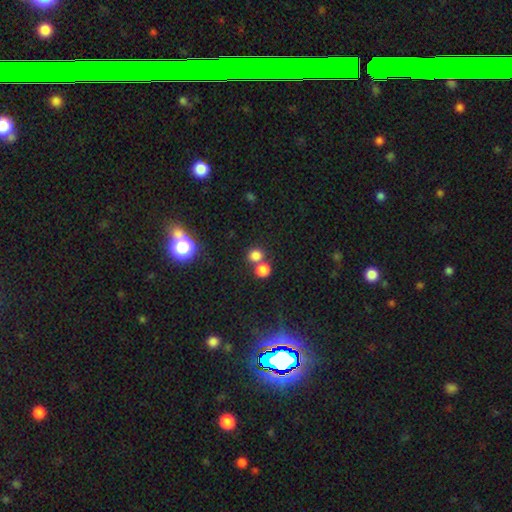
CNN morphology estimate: smooth 78%, star or artifact 16%, featured or disk 6%. Down the decision tree: how rounded — round (80%); merging — none (53%).